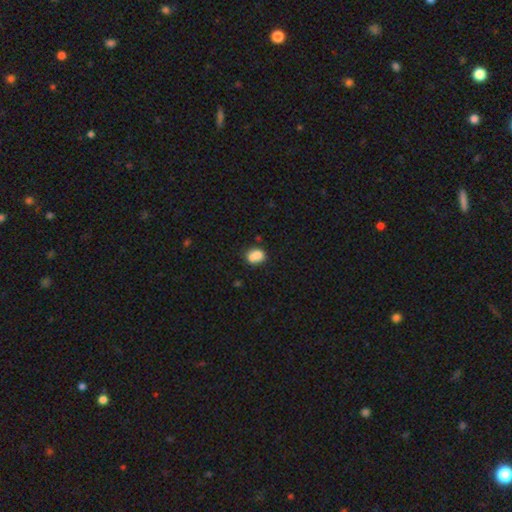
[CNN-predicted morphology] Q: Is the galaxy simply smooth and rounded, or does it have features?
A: smooth — 80%.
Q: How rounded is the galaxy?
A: in between — 55%.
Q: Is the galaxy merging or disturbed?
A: none — 45%.